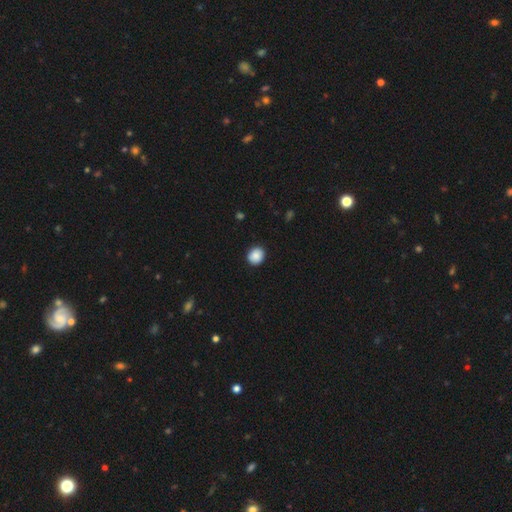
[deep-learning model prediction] smooth 88%, star or artifact 8%, featured or disk 4%. Down the decision tree: how rounded — round (76%); merging — none (89%).